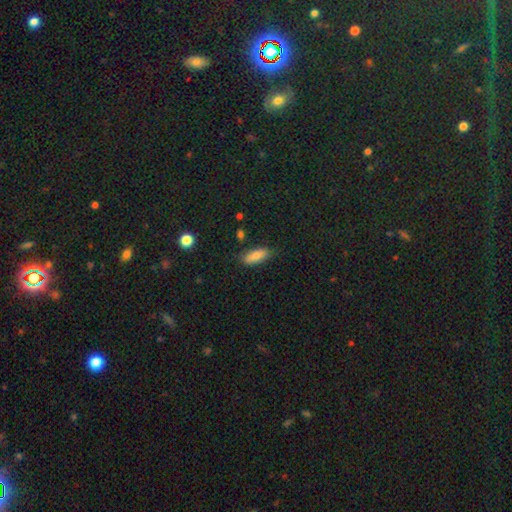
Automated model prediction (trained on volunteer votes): Smooth or featured? Predicted: smooth (p=0.83). How rounded? Predicted: in between (p=0.76). Merging? Predicted: none (p=0.79).